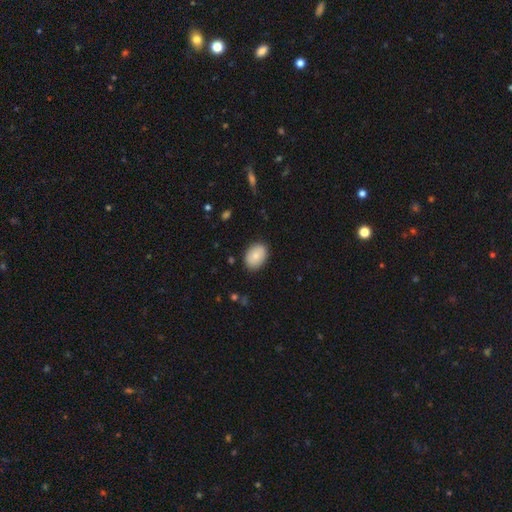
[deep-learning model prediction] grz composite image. It shows a smooth galaxy with no disk features (81%) that is in between round and cigar-shaped (78%). Merging: none (86%).